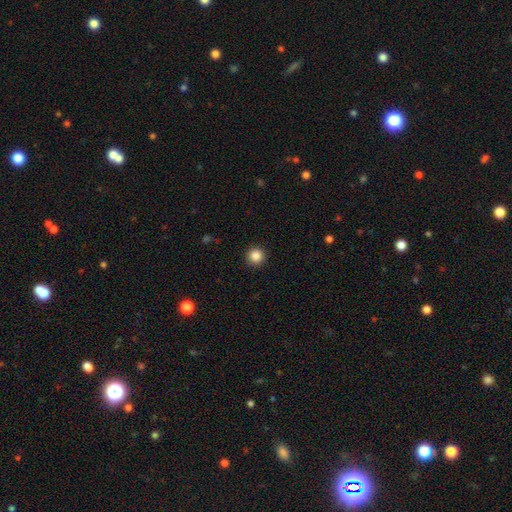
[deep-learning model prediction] smooth-or-featured: smooth: 86% | star or artifact: 10% | featured or disk: 3%
  how-rounded: round: 95% | in between: 4% | cigar-shaped: 1%
  merging: none: 93% | minor disturbance: 5% | major disturbance: 2% | merger: 1%